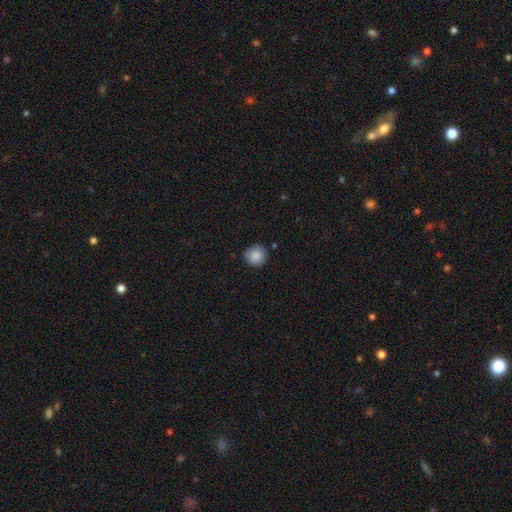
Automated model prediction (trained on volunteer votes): smooth 87%, star or artifact 9%, featured or disk 4%. Down the decision tree: how rounded — round (93%); merging — none (87%).